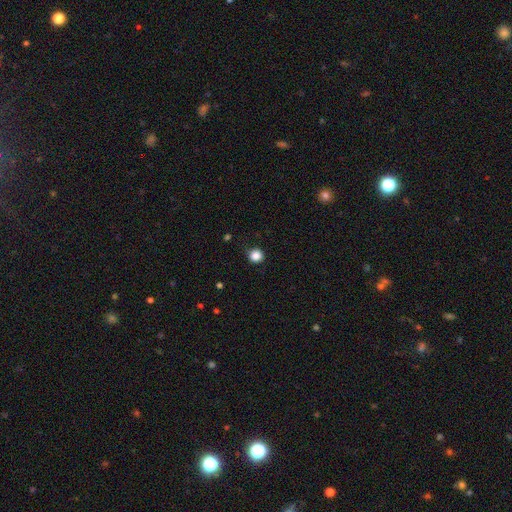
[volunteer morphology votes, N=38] Q: Smooth or featured?
A: smooth (87%); runner-up: featured or disk (8%)
Q: How rounded?
A: round (97%); runner-up: in between (3%)
Q: Merging?
A: none (83%); runner-up: minor disturbance (11%)